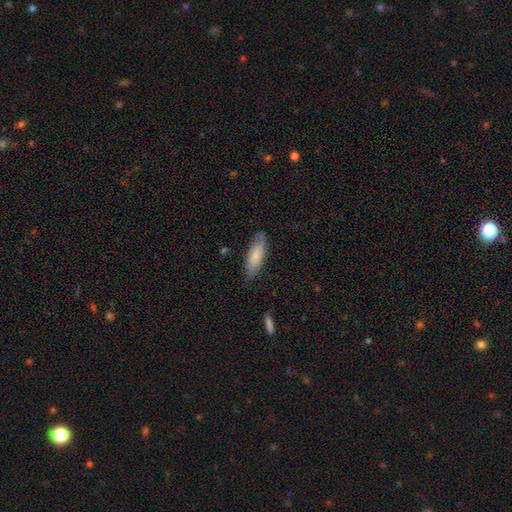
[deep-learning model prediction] Q: Smooth or featured?
A: smooth (78%); runner-up: featured or disk (17%)
Q: How rounded?
A: in between (53%); runner-up: cigar-shaped (46%)
Q: Merging?
A: none (80%); runner-up: minor disturbance (16%)